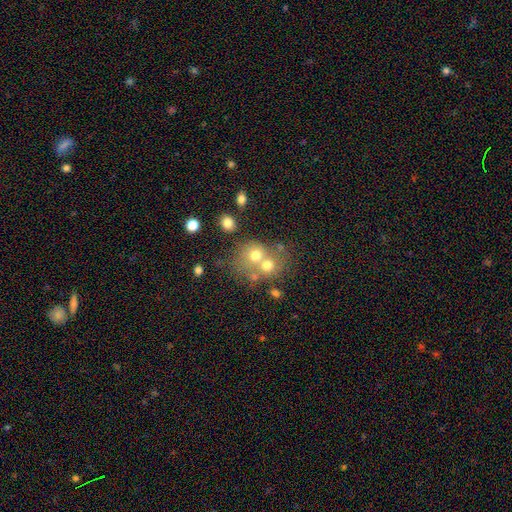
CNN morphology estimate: Smooth or featured: smooth — 64% (featured or disk — 22%)
How rounded: round — 74% (in between — 25%)
Merging: merger — 54% (none — 34%)